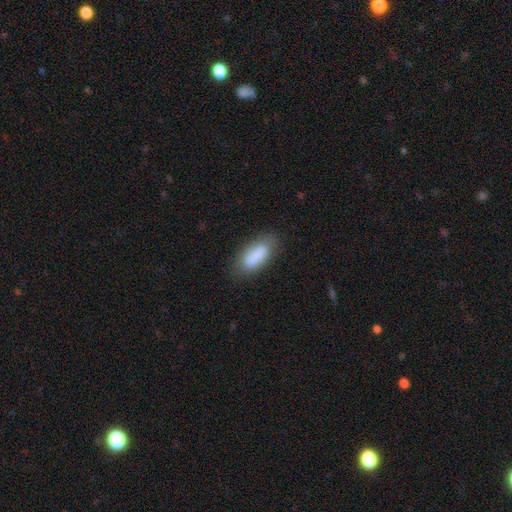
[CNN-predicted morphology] This appears to be a smooth galaxy with no disk features (82%) that is in between round and cigar-shaped (72%). Merging: none (72%).